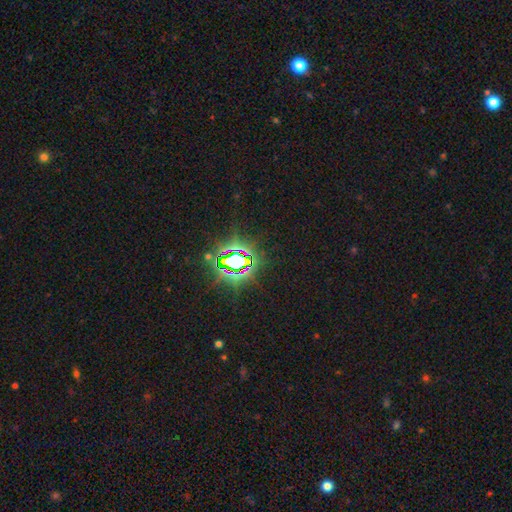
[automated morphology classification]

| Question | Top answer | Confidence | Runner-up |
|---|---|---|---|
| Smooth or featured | star or artifact | 83% | smooth (9%) |